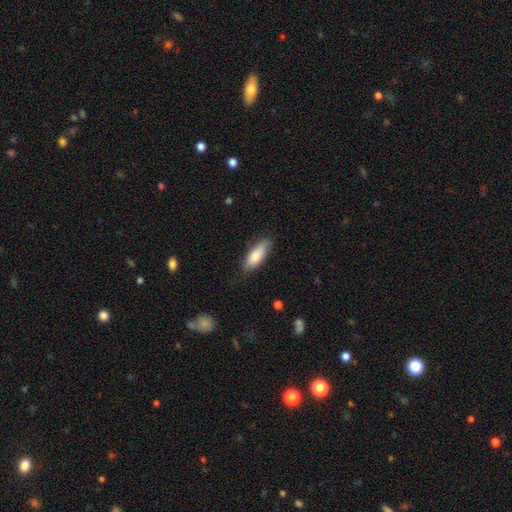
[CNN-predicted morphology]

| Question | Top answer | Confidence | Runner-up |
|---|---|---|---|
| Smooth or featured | smooth | 80% | featured or disk (15%) |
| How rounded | in between | 68% | cigar-shaped (30%) |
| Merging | none | 80% | minor disturbance (16%) |